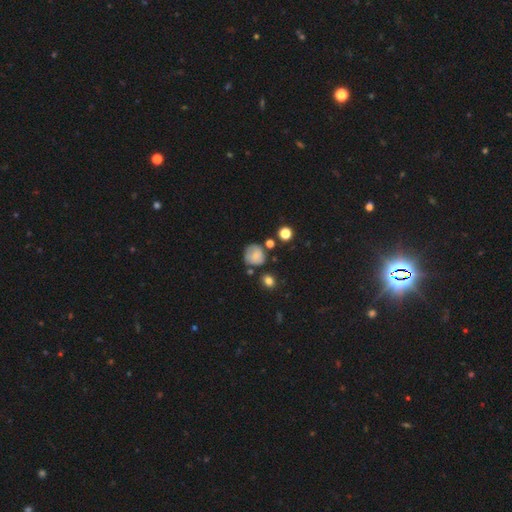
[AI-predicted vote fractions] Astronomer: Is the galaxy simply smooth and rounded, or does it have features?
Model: smooth — 72%.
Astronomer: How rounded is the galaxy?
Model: round — 84%.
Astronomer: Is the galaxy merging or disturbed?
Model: none — 63%.